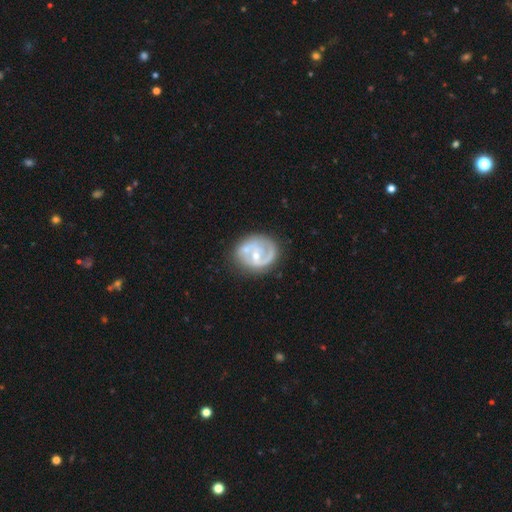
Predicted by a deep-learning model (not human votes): smooth_or_featured: featured or disk (p=0.78) [alt: smooth p=0.17]
disk_edge_on: no (p=0.98) [alt: yes p=0.02]
bar: no (p=0.50) [alt: weak p=0.38]
has_spiral_arms: yes (p=0.83) [alt: no p=0.17]
spiral_winding: medium (p=0.43) [alt: tight p=0.39]
spiral_arm_count: 2 (p=0.61) [alt: 1 p=0.18]
bulge_size: small (p=0.50) [alt: moderate p=0.45]
merging: none (p=0.62) [alt: minor disturbance p=0.21]